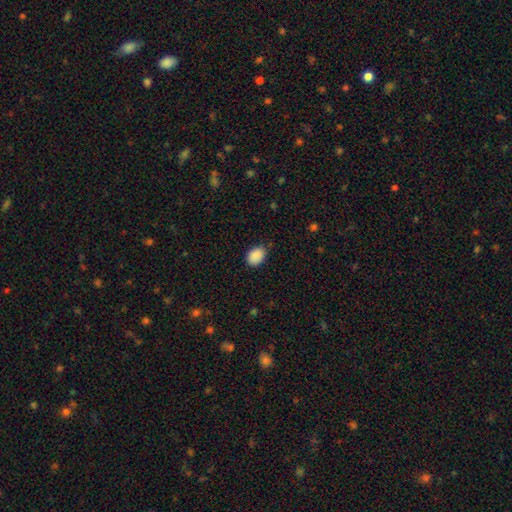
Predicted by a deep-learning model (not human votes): Smooth or featured? Predicted: smooth (p=0.89). How rounded? Predicted: in between (p=0.78). Merging? Predicted: none (p=0.76).